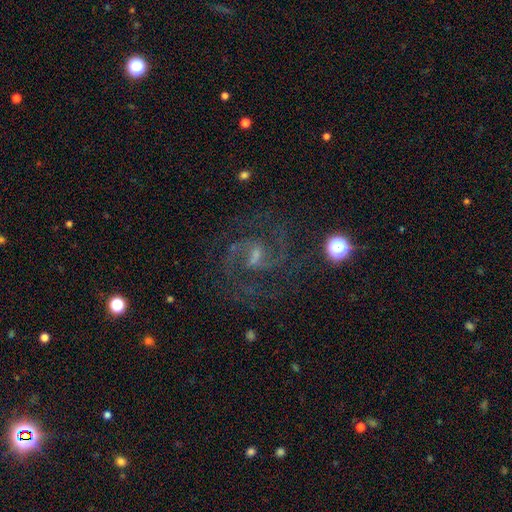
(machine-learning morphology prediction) Smooth or featured?
  - featured or disk: 87% *
  - star or artifact: 8%
  - smooth: 5%
Edge-on disk?
  - no: 98% *
  - yes: 2%
Bar?
  - weak: 58% *
  - strong: 23%
  - no: 18%
Spiral arms?
  - yes: 97% *
  - no: 3%
Spiral winding?
  - medium: 63% *
  - tight: 19%
  - loose: 17%
Spiral arm count?
  - 2: 82% *
  - 3: 6%
  - can't tell: 5%
  - 1: 2%
  - 4: 2%
  - more than 4: 2%
Bulge size?
  - small: 51% *
  - moderate: 29%
  - none: 17%
  - large: 2%
  - dominant: 1%
Merging?
  - none: 72% *
  - minor disturbance: 14%
  - major disturbance: 11%
  - merger: 2%